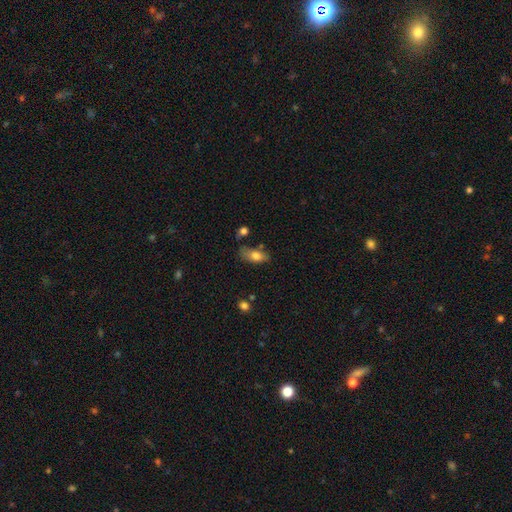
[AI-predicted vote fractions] Morphology: type=smooth (77%); roundness=in between (87%); merging=none (51%).